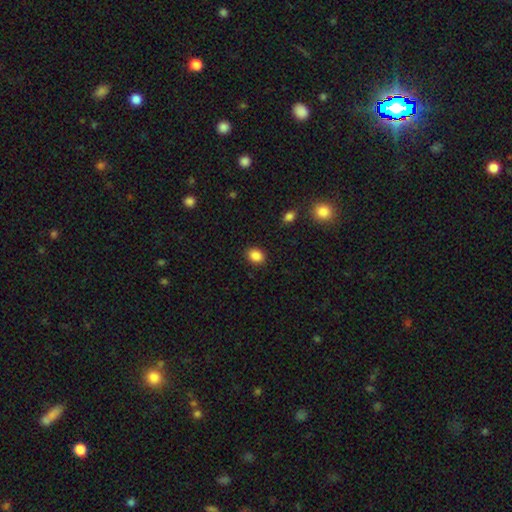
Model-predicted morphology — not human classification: Q: Smooth or featured?
A: smooth (87%); runner-up: star or artifact (9%)
Q: How rounded?
A: in between (60%); runner-up: round (39%)
Q: Merging?
A: none (88%); runner-up: minor disturbance (8%)